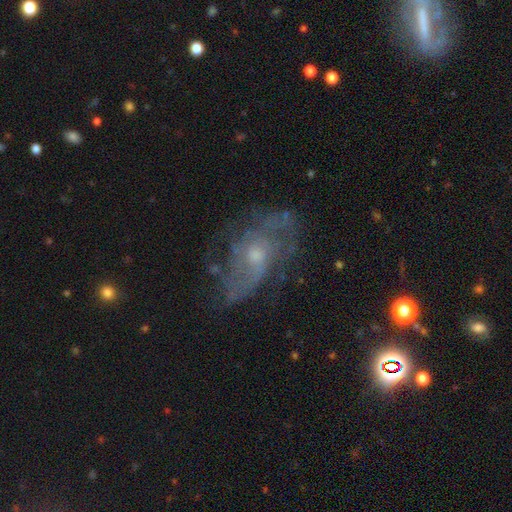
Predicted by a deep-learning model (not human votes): This is likely a featured or disk galaxy (73%). It is clearly not viewed edge-on (94%). Bar: likely no (75%). Spiral arm pattern: likely yes (73%). Spiral arm count: marginally 2 (39%). Spiral winding: marginally medium (41%). Central bulge: possibly small (46%). Merging: possibly none (59%).